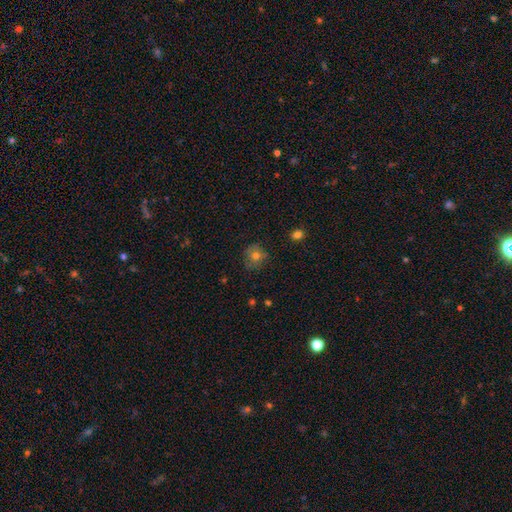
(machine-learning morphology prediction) Overall: smooth (72%). How rounded: round (83%). Merging: none (75%).